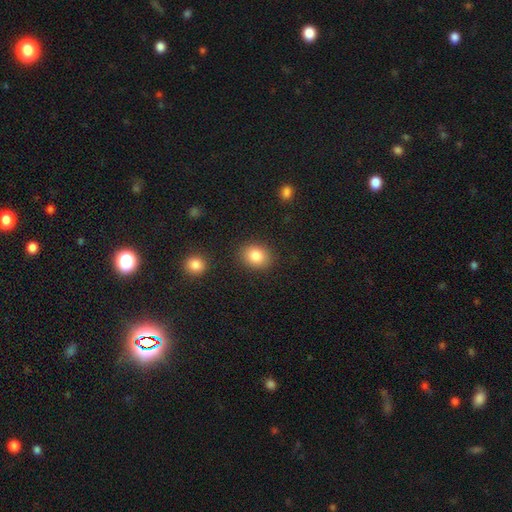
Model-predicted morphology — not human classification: Smooth or featured? smooth (85%)
How rounded? round (55%)
Merging? none (86%)